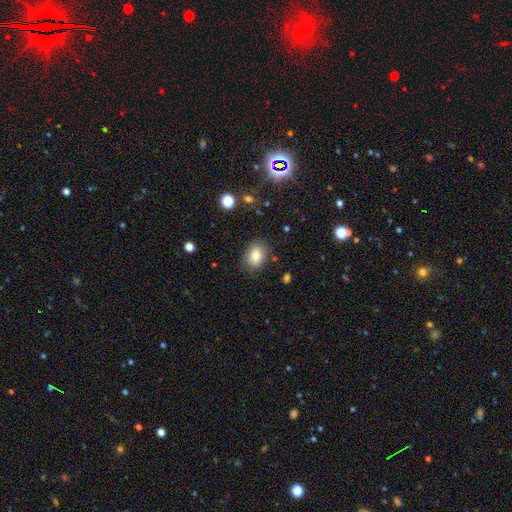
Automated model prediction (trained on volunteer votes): The model was most divided on "how rounded": in between: 73%, round: 25%, cigar-shaped: 1%. More confident: merging — none (83%); smooth or featured — smooth (83%).